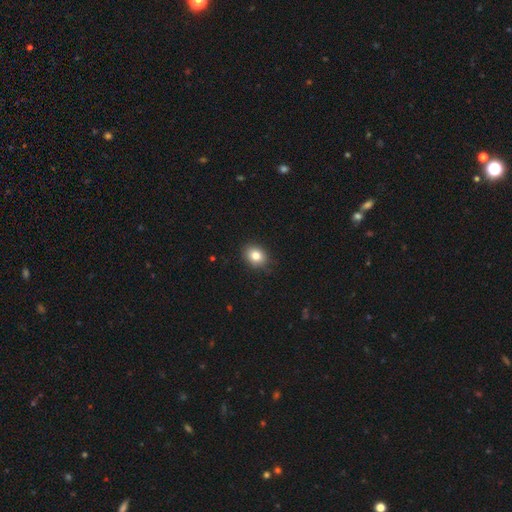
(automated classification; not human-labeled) Smooth or featured? smooth (82%)
How rounded? round (51%)
Merging? none (86%)